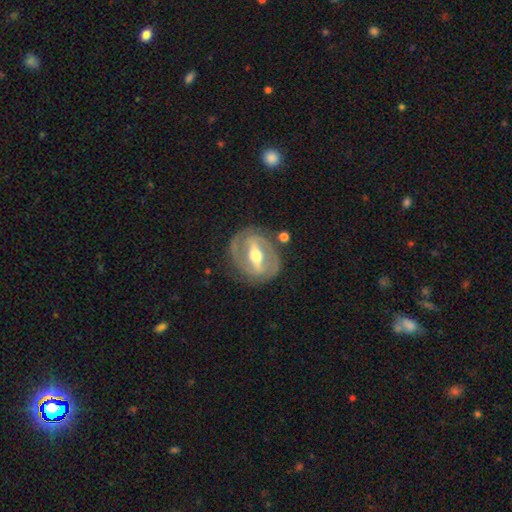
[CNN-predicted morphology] type=featured or disk (83%); edge-on=no (92%); bar=strong (72%); spiral arms=yes (73%); winding=tight (51%); arm count=2 (82%); bulge=moderate (72%); merging=none (79%).